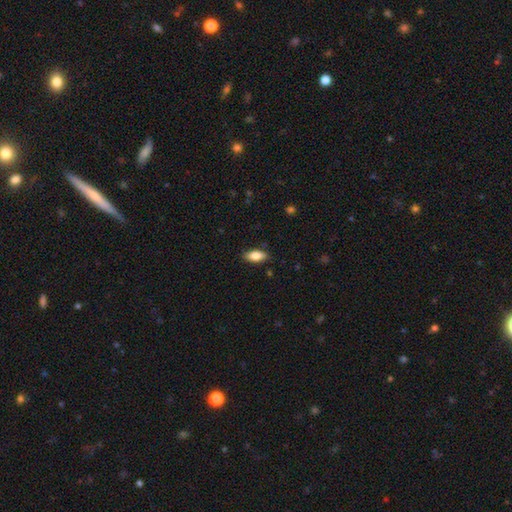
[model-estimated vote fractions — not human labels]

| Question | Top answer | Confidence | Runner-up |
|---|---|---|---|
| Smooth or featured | smooth | 83% | featured or disk (10%) |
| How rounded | in between | 88% | cigar-shaped (10%) |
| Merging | none | 87% | minor disturbance (10%) |